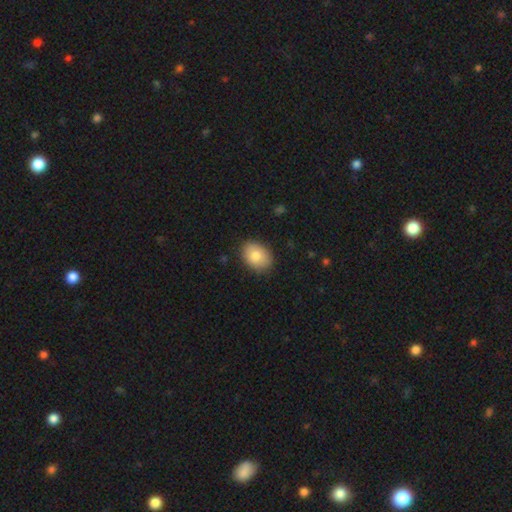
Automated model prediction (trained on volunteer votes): Overall: smooth (83%). How rounded: in between (77%). Merging: none (85%).